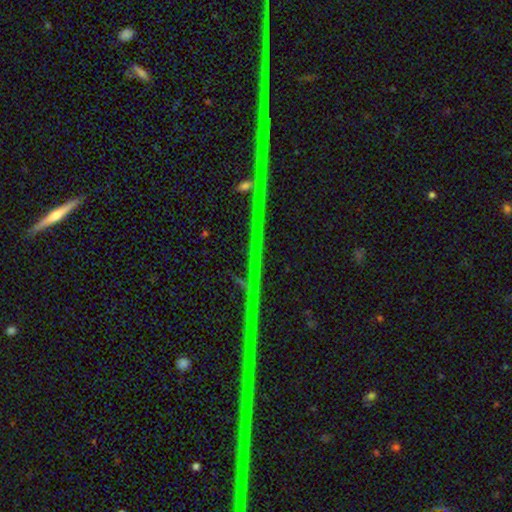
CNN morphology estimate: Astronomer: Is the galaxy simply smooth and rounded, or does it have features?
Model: star or artifact — 87%.